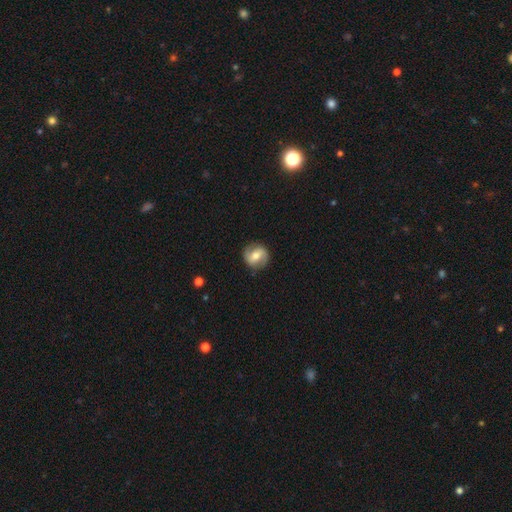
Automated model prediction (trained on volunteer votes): The model was most divided on "bar": weak: 42%, strong: 32%, no: 26%. More confident: edge-on disk — no (96%); merging — none (85%); spiral arms — yes (81%); bulge size — moderate (67%); smooth or featured — featured or disk (60%).